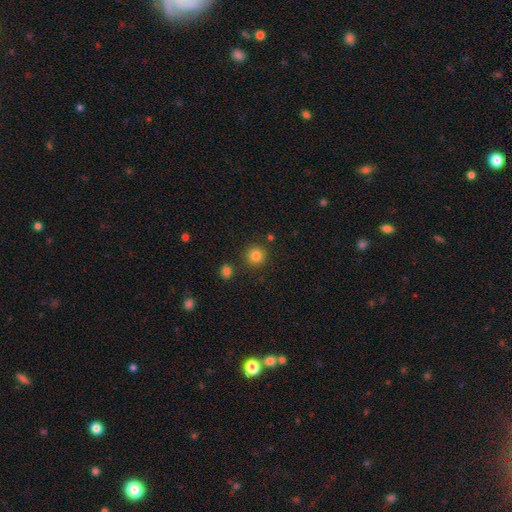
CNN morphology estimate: Smooth or featured?
  - smooth: 83% *
  - star or artifact: 12%
  - featured or disk: 5%
How rounded?
  - round: 94% *
  - in between: 5%
  - cigar-shaped: 1%
Merging?
  - none: 88% *
  - minor disturbance: 6%
  - merger: 4%
  - major disturbance: 2%